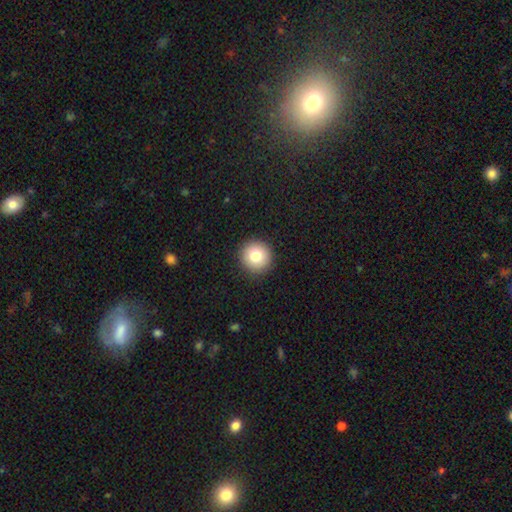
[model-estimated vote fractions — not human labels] Smooth or featured? Predicted: smooth (p=0.79). How rounded? Predicted: round (p=0.95). Merging? Predicted: none (p=0.92).